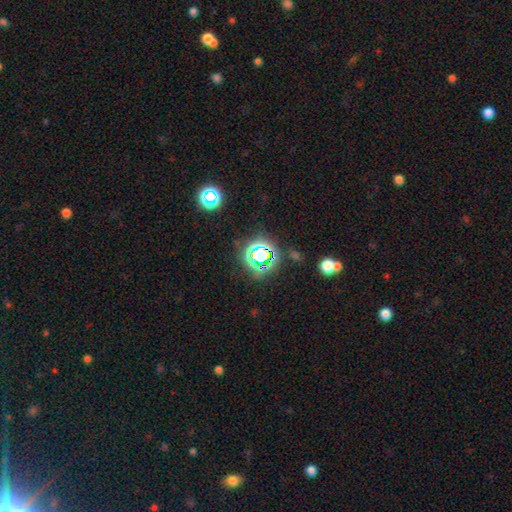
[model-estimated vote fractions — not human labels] Smooth or featured?
  - star or artifact: 71% *
  - smooth: 19%
  - featured or disk: 9%